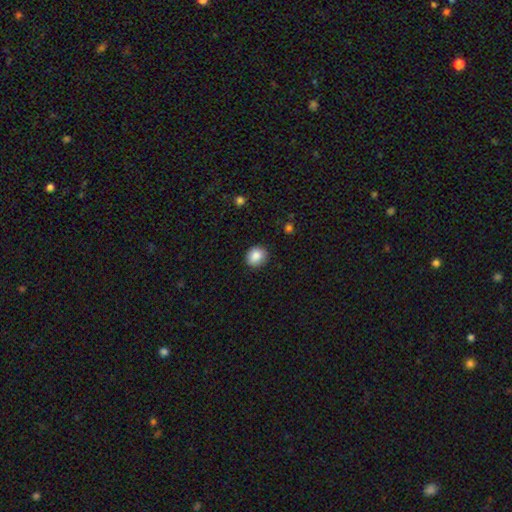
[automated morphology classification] type=smooth (87%); roundness=round (77%); merging=none (89%).